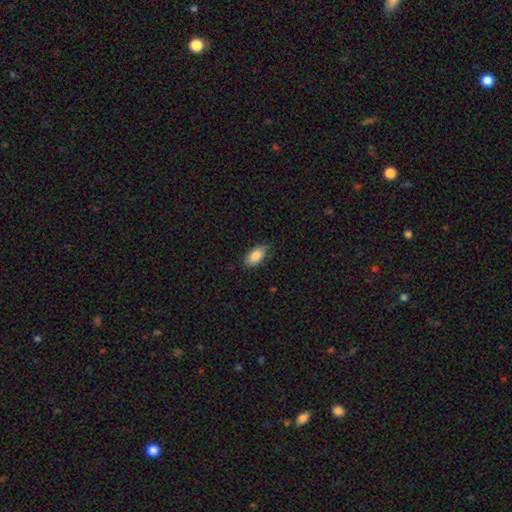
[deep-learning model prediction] Smooth or featured? smooth (87%)
How rounded? in between (93%)
Merging? none (77%)